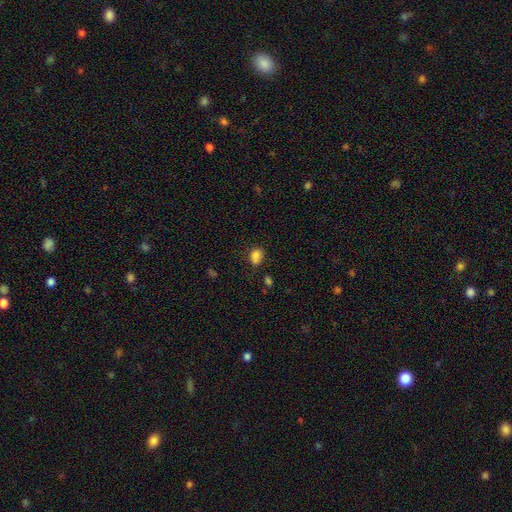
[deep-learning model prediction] Q: Smooth or featured?
A: smooth (82%); runner-up: star or artifact (12%)
Q: How rounded?
A: in between (65%); runner-up: round (33%)
Q: Merging?
A: none (58%); runner-up: minor disturbance (26%)